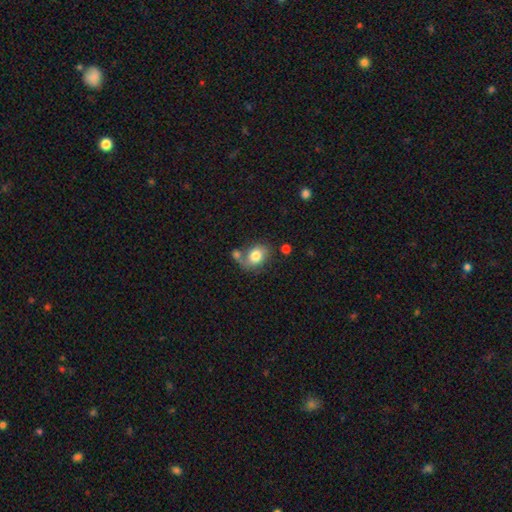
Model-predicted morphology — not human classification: Smooth or featured: smooth — 74% (featured or disk — 18%)
How rounded: in between — 59% (round — 40%)
Merging: none — 42% (merger — 29%)